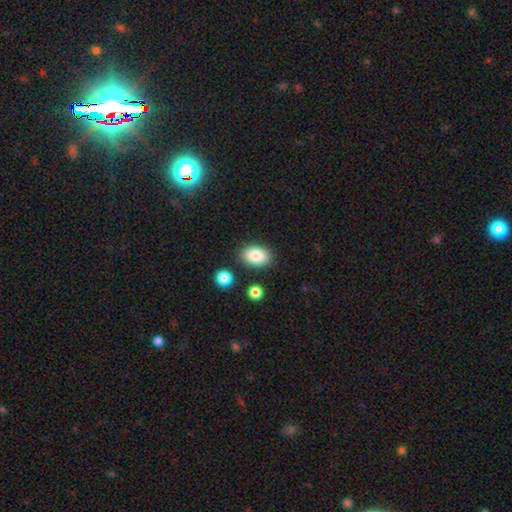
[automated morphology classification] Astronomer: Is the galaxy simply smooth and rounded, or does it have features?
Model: smooth — 85%.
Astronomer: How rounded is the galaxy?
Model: in between — 86%.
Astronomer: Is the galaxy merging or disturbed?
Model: none — 84%.